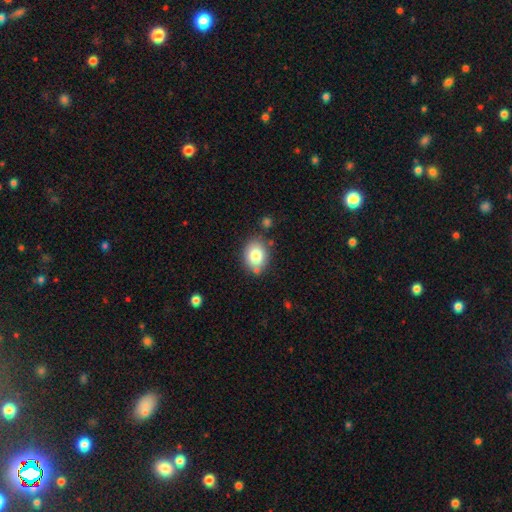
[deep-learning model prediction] A smooth galaxy with no disk features (79%) that is in between round and cigar-shaped (55%).

Vote fractions:
- Smooth or featured? smooth: 79% / featured or disk: 12% / star or artifact: 9%
- How rounded? in between: 55% / round: 44% / cigar-shaped: 1%
- Merging? none: 78% / minor disturbance: 13% / merger: 6% / major disturbance: 3%